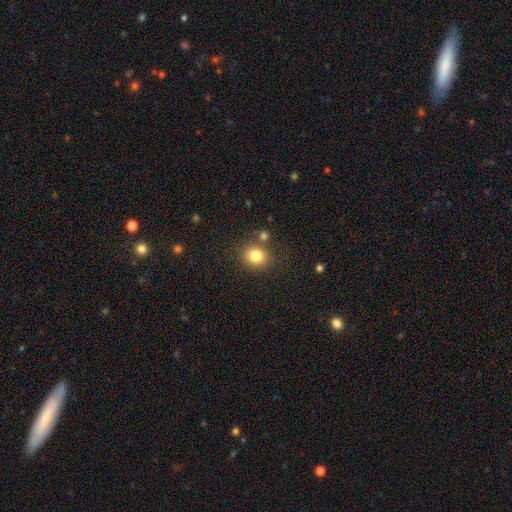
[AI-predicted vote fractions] This appears to be a smooth galaxy with no disk features (81%) that is round (83%). Merging: none (78%).